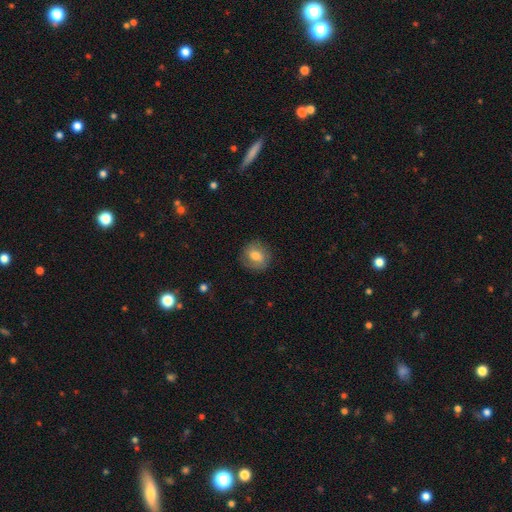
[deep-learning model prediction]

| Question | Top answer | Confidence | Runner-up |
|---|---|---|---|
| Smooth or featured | smooth | 72% | featured or disk (20%) |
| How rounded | round | 77% | in between (22%) |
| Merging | none | 84% | minor disturbance (11%) |